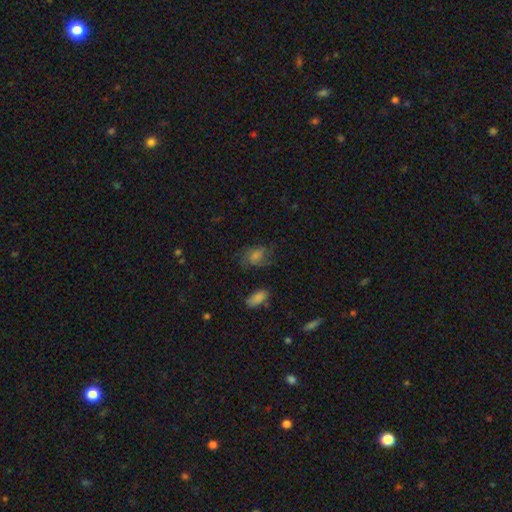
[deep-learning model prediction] The model was most divided on "smooth or featured": smooth: 45%, featured or disk: 33%, star or artifact: 22%. More confident: merging — none (61%).